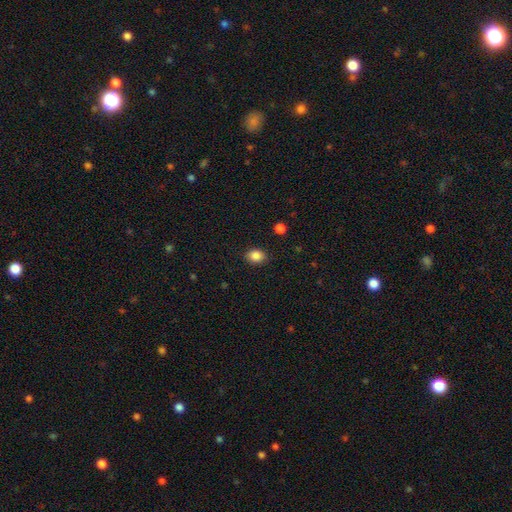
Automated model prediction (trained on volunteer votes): The model was most divided on "how rounded": in between: 57%, round: 42%, cigar-shaped: 1%. More confident: merging — none (88%); smooth or featured — smooth (87%).